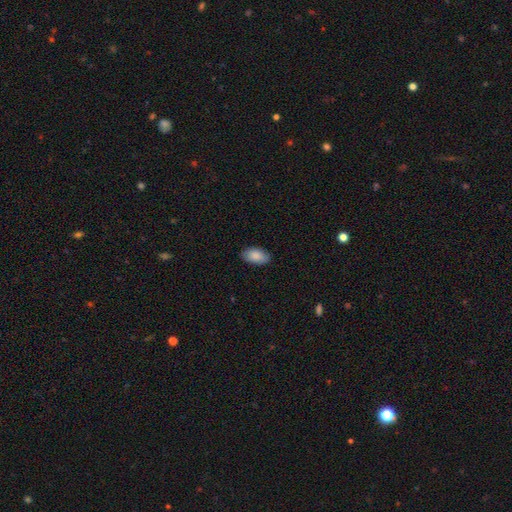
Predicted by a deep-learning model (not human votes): Smooth or featured: smooth — 88% (star or artifact — 6%)
How rounded: in between — 95% (round — 3%)
Merging: none — 87% (minor disturbance — 10%)